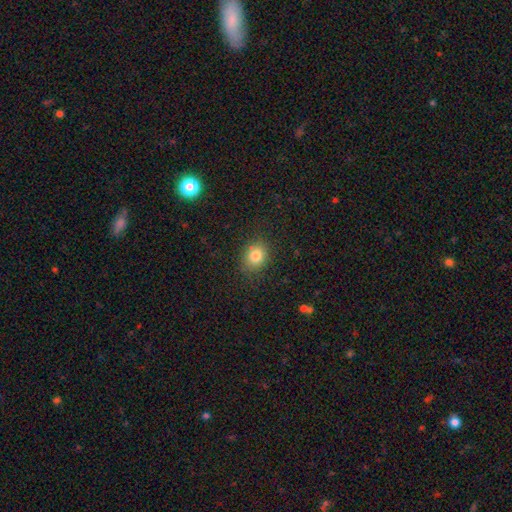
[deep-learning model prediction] Smooth or featured: smooth — 81% (star or artifact — 12%)
How rounded: round — 54% (in between — 45%)
Merging: none — 84% (minor disturbance — 11%)